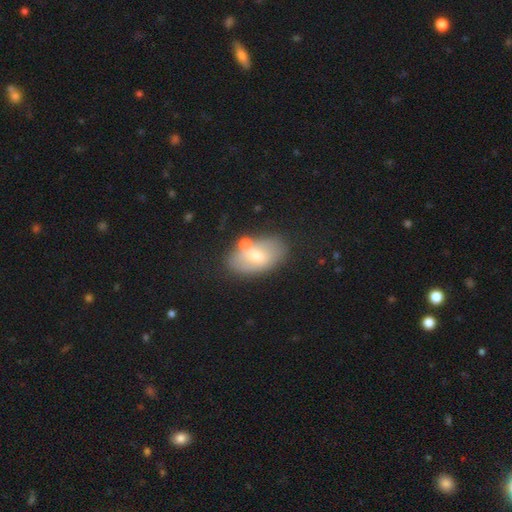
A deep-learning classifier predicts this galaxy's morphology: This appears to be a smooth galaxy with no disk features (62%) that is in between round and cigar-shaped (91%). Merging: none (68%).